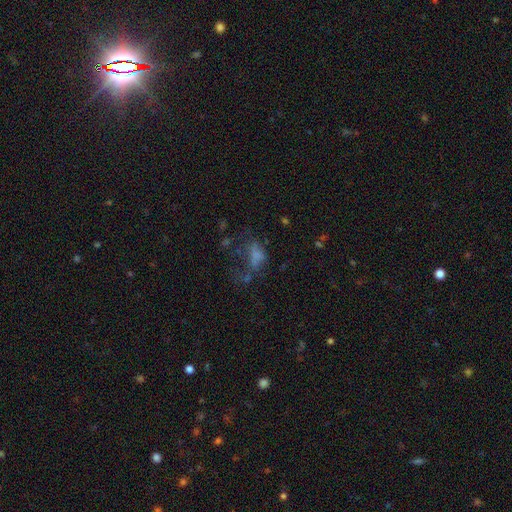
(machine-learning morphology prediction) This is possibly a smooth galaxy (51%). How rounded: likely in between (79%). Merging: possibly major disturbance (47%).